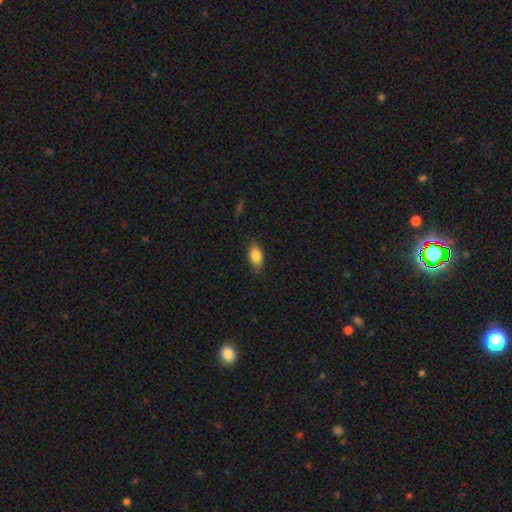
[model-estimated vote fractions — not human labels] The model was most divided on "merging": none: 79%, minor disturbance: 17%, major disturbance: 3%, merger: 1%. More confident: how rounded — in between (88%); smooth or featured — smooth (85%).